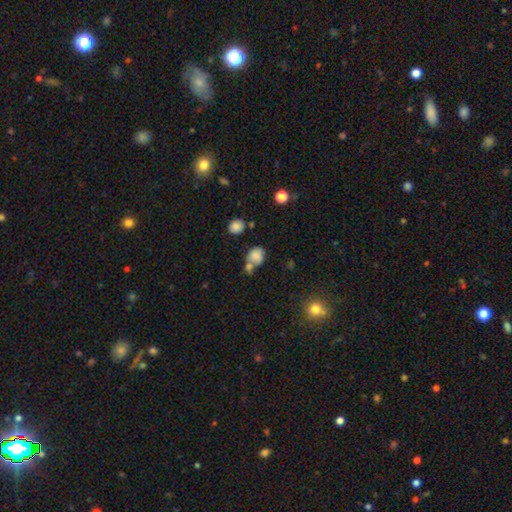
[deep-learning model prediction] Smooth or featured? Predicted: smooth (p=0.79). How rounded? Predicted: round (p=0.54). Merging? Predicted: merger (p=0.41).